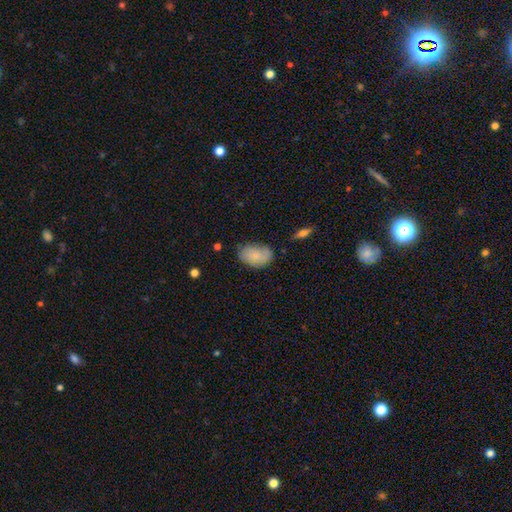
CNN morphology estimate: Overall: smooth (71%). How rounded: in between (90%). Merging: none (69%).